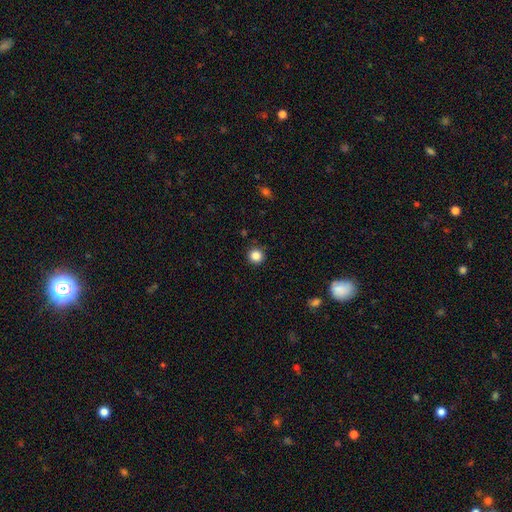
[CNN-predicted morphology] This appears to be a smooth galaxy with no disk features (84%) that is round (94%). Merging: none (90%).